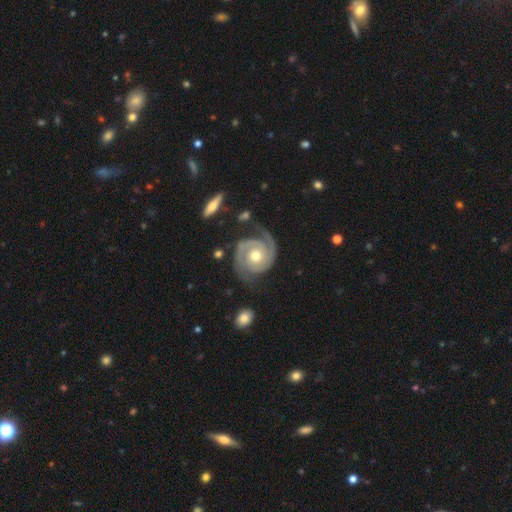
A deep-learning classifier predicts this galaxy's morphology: type=featured or disk (92%); edge-on=no (98%); bar=no (75%); spiral arms=yes (98%); winding=tight (62%); arm count=2 (92%); bulge=moderate (77%); merging=none (75%).